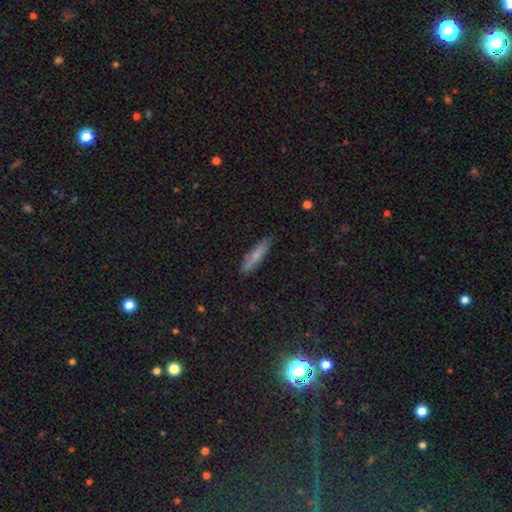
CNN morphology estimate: Smooth or featured? Predicted: smooth (p=0.68). How rounded? Predicted: cigar-shaped (p=0.73). Merging? Predicted: none (p=0.82).